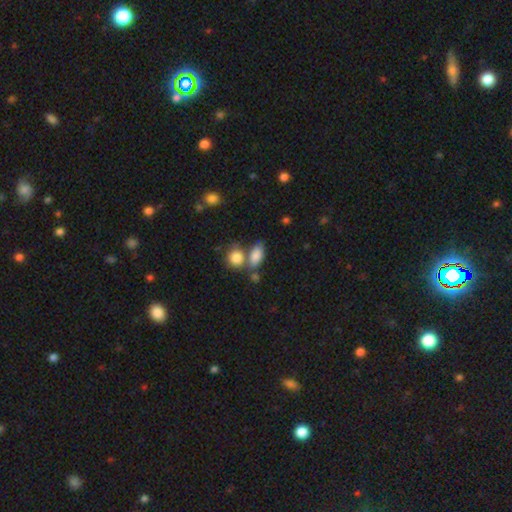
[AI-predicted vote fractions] Smooth or featured?
  - smooth: 84% *
  - featured or disk: 8%
  - star or artifact: 8%
How rounded?
  - in between: 85% *
  - round: 10%
  - cigar-shaped: 6%
Merging?
  - none: 48% *
  - merger: 33%
  - minor disturbance: 14%
  - major disturbance: 5%